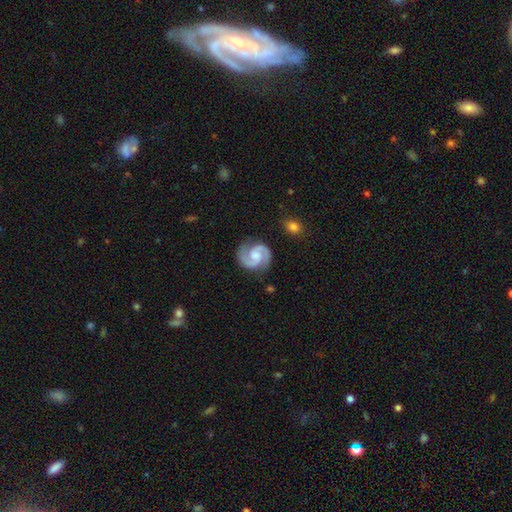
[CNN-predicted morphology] smooth_or_featured: featured or disk (p=0.92) [alt: smooth p=0.05]
disk_edge_on: no (p=0.98) [alt: yes p=0.02]
bar: no (p=0.50) [alt: weak p=0.40]
has_spiral_arms: yes (p=0.99) [alt: no p=0.01]
spiral_winding: medium (p=0.55) [alt: tight p=0.36]
spiral_arm_count: 2 (p=0.94) [alt: can't tell p=0.02]
bulge_size: moderate (p=0.41) [alt: small p=0.31]
merging: none (p=0.84) [alt: minor disturbance p=0.11]